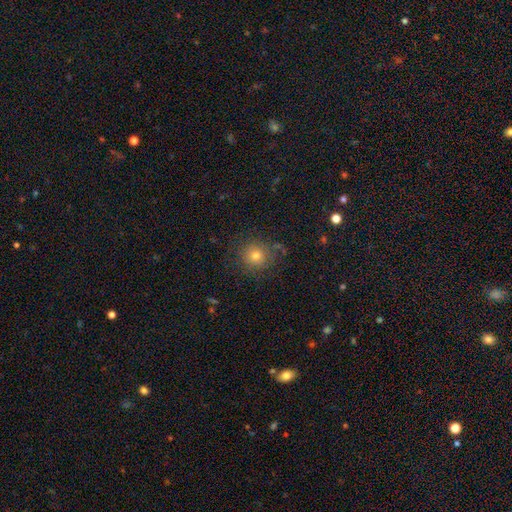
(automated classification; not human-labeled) This appears to be a smooth galaxy with no disk features (73%) that is round (91%). Merging: none (83%).